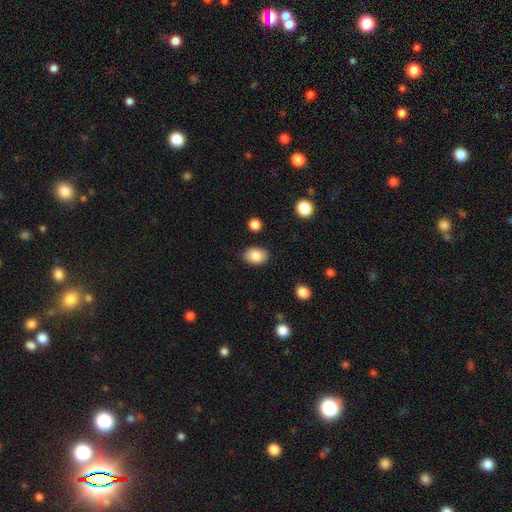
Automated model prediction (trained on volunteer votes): Morphology: type=smooth (84%); roundness=in between (77%); merging=none (87%).